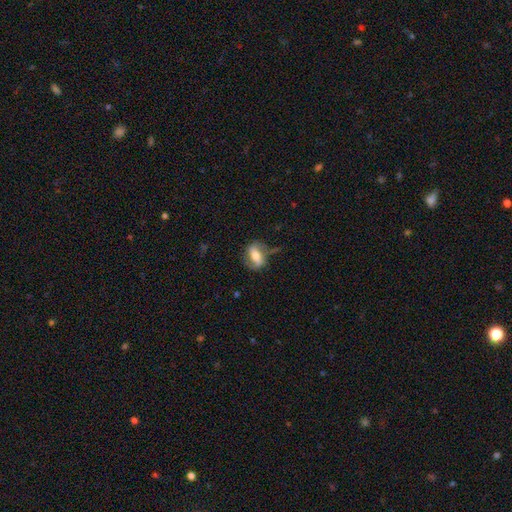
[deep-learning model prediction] Smooth or featured? Predicted: featured or disk (p=0.52). Edge-on disk? Predicted: no (p=0.87). Merging? Predicted: none (p=0.60).